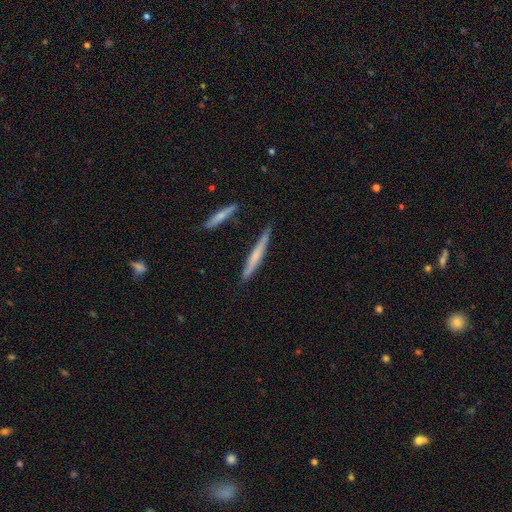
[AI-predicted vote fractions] Q: Smooth or featured?
A: smooth (51%); runner-up: featured or disk (42%)
Q: How rounded?
A: cigar-shaped (95%); runner-up: in between (4%)
Q: Merging?
A: none (81%); runner-up: minor disturbance (13%)